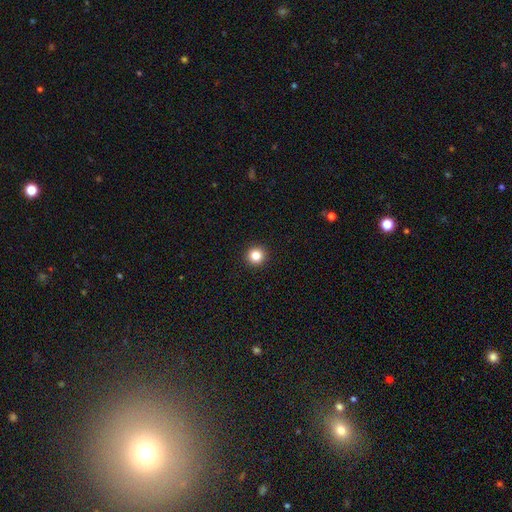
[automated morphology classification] Smooth or featured?
  - smooth: 83% *
  - star or artifact: 12%
  - featured or disk: 5%
How rounded?
  - round: 95% *
  - in between: 4%
  - cigar-shaped: 1%
Merging?
  - none: 94% *
  - minor disturbance: 4%
  - major disturbance: 1%
  - merger: 1%